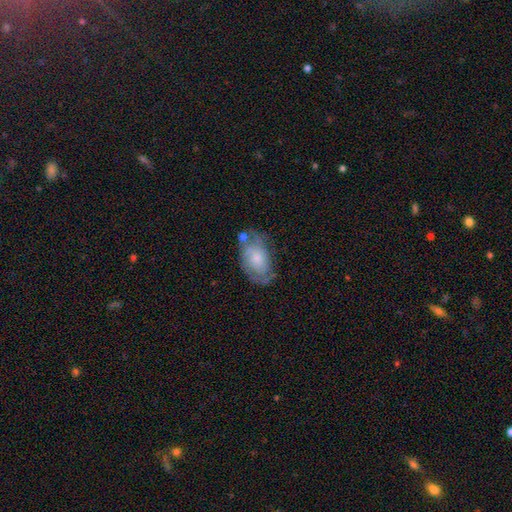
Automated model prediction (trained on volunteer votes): Smooth or featured? featured or disk (54%)
Edge-on disk? no (95%)
Bar? no (78%)
Spiral arms? yes (71%)
Bulge size? small (47%)
Merging? none (52%)